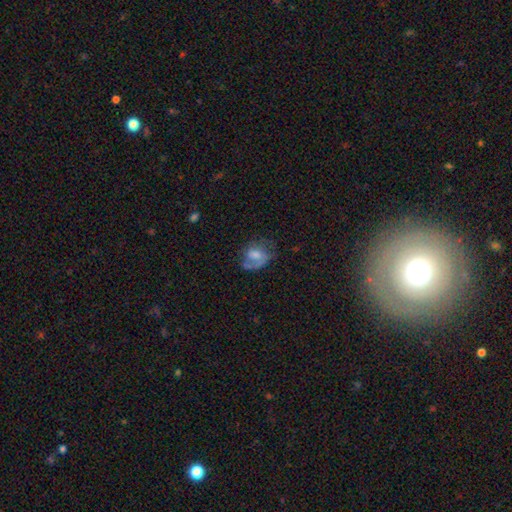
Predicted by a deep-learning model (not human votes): Overall: featured or disk (54%; smooth 38%). Edge-on disk: no (97%). Bar: no (60%; weak 34%). Spiral arms: yes (73%). Bulge size: moderate (40%; small 23%). Merging: none (43%; major disturbance 30%).